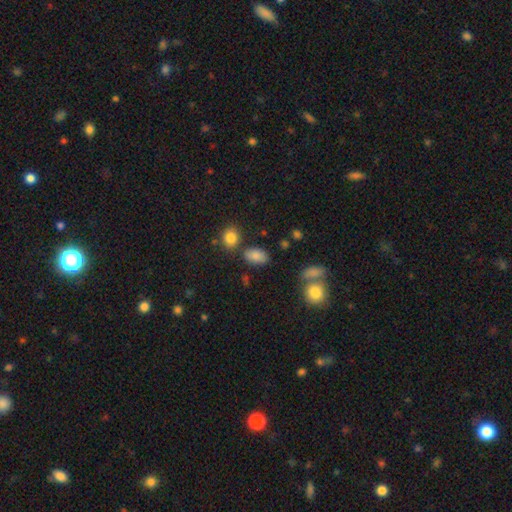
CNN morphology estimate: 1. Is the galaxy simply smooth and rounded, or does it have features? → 83% smooth, 10% star or artifact, 7% featured or disk.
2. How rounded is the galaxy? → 88% in between, 10% round, 2% cigar-shaped.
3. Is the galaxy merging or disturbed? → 73% none, 15% minor disturbance, 8% merger, 4% major disturbance.